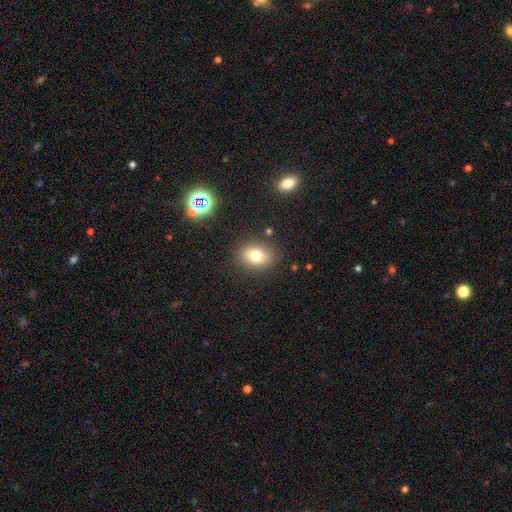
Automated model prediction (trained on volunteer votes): Smooth or featured? smooth (76%)
How rounded? in between (59%)
Merging? none (85%)